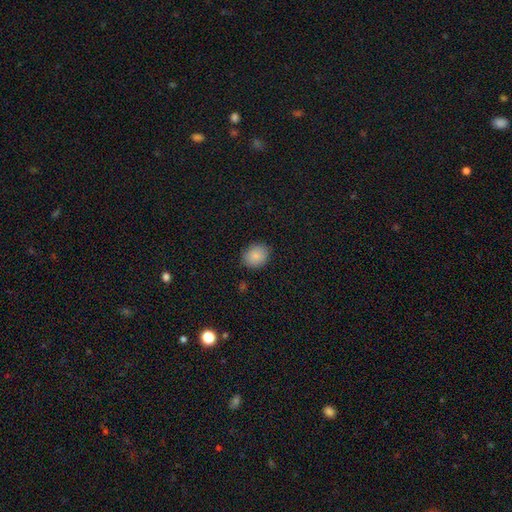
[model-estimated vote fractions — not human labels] This is clearly a smooth galaxy (86%). How rounded: possibly round (59%). Merging: clearly none (84%).